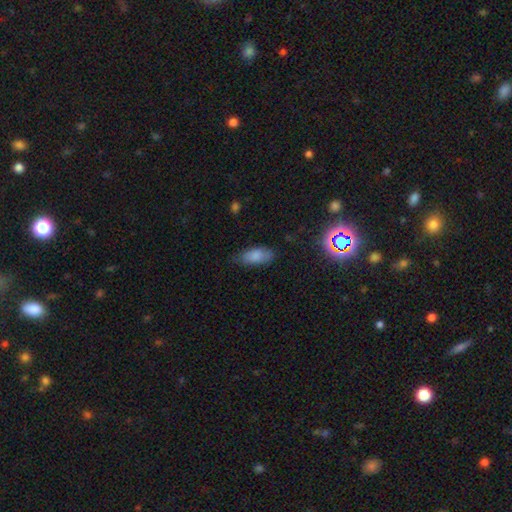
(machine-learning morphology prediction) type=smooth (81%); roundness=in between (84%); merging=none (69%).